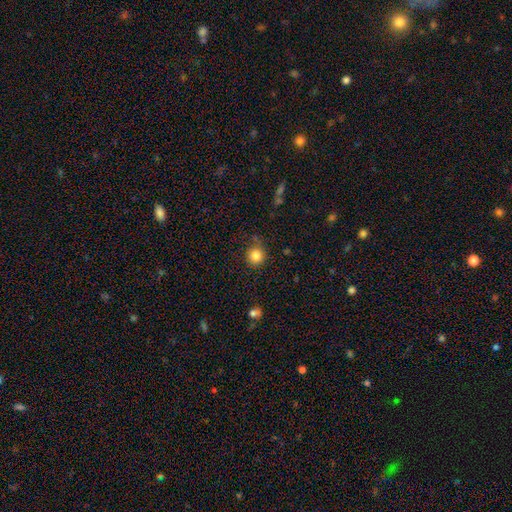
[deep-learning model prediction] The model was most divided on "merging": none: 79%, minor disturbance: 14%, major disturbance: 4%, merger: 3%. More confident: how rounded — round (92%); smooth or featured — smooth (84%).